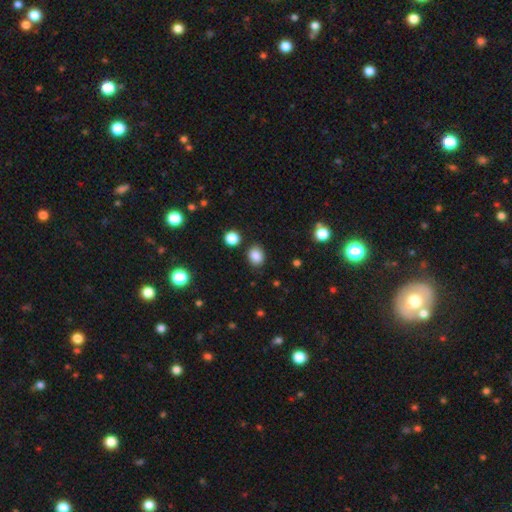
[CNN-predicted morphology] Smooth or featured? Predicted: smooth (p=0.85). How rounded? Predicted: round (p=0.52). Merging? Predicted: none (p=0.83).